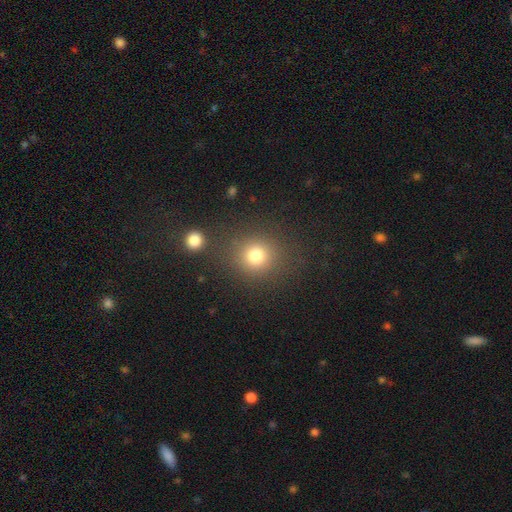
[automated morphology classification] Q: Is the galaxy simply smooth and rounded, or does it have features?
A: smooth — 78%.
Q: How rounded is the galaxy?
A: round — 85%.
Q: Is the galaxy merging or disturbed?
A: none — 80%.